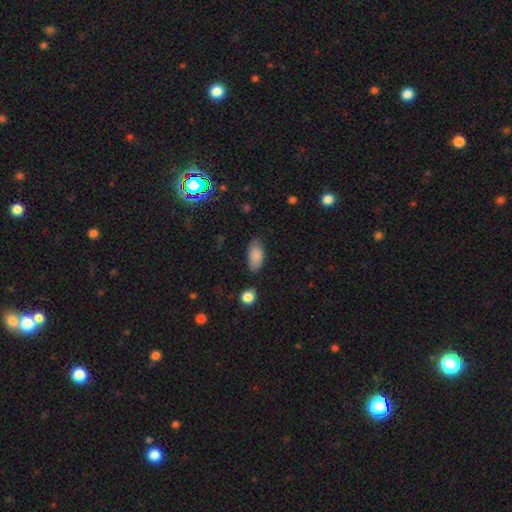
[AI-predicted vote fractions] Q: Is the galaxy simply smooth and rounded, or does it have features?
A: smooth — 86%.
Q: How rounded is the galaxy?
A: in between — 91%.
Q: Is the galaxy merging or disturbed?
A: none — 74%.